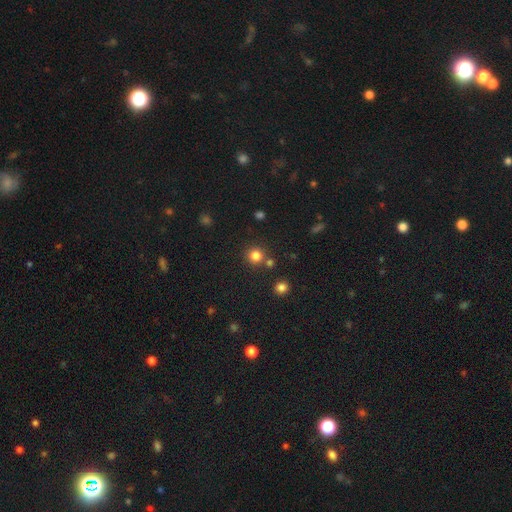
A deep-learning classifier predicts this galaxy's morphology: Q: Smooth or featured?
A: smooth (81%); runner-up: star or artifact (14%)
Q: How rounded?
A: round (93%); runner-up: in between (6%)
Q: Merging?
A: none (79%); runner-up: merger (11%)